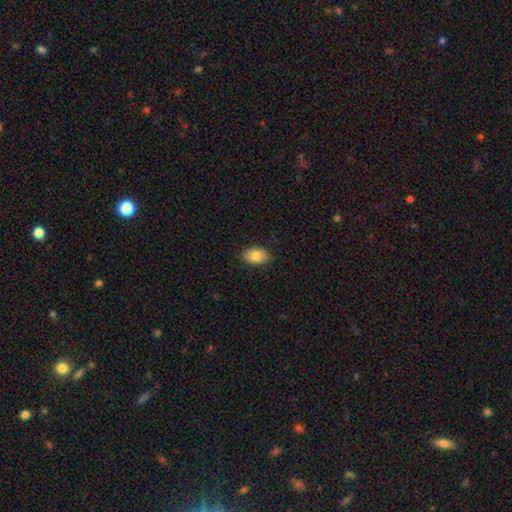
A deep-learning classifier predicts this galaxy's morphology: Q: Smooth or featured?
A: smooth (83%); runner-up: featured or disk (10%)
Q: How rounded?
A: in between (86%); runner-up: round (13%)
Q: Merging?
A: none (88%); runner-up: minor disturbance (9%)